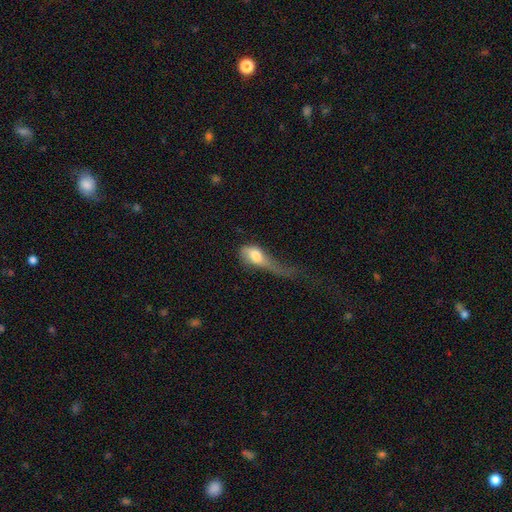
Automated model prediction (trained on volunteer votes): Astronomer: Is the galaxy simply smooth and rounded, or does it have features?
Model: smooth — 69%.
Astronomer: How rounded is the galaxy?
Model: in between — 74%.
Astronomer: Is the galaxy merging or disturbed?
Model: major disturbance — 65%.